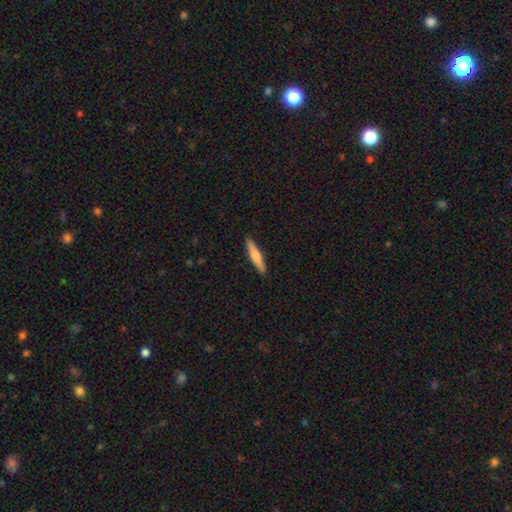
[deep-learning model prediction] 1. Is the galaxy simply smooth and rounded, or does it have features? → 63% smooth, 31% featured or disk, 5% star or artifact.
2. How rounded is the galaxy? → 90% cigar-shaped, 9% in between, 1% round.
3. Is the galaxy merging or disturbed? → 91% none, 6% minor disturbance, 1% major disturbance, 1% merger.